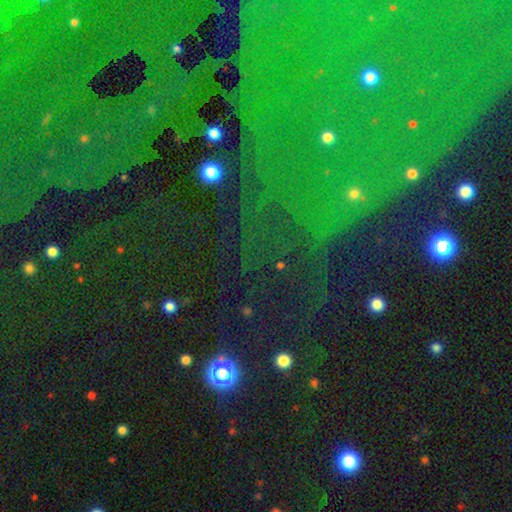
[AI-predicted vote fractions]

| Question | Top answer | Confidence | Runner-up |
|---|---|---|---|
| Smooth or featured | star or artifact | 76% | smooth (13%) |